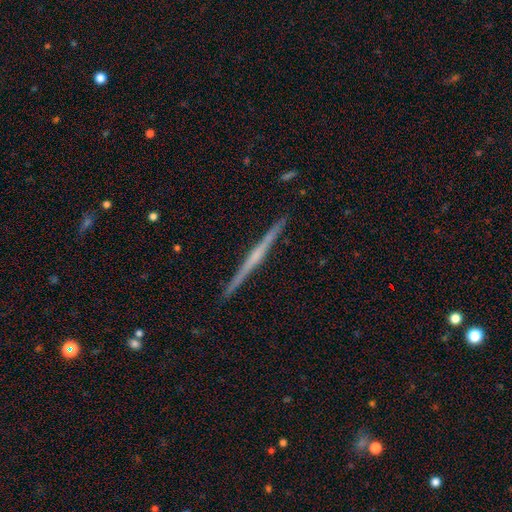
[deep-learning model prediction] Smooth or featured? Predicted: featured or disk (p=0.75). Edge-on disk? Predicted: yes (p=0.99). Edge-on bulge? Predicted: none (p=0.56). Merging? Predicted: none (p=0.93).